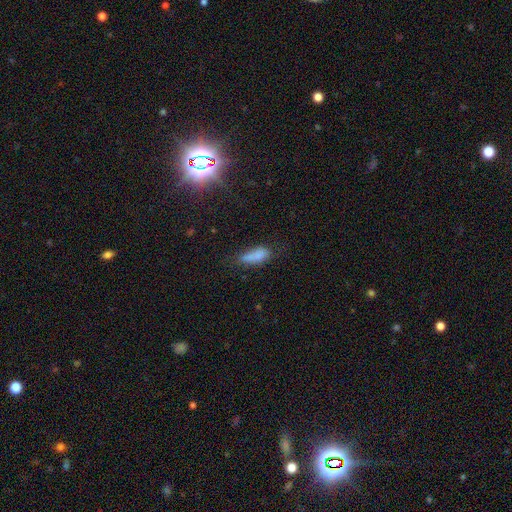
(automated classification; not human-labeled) Q: Smooth or featured?
A: smooth (77%); runner-up: featured or disk (13%)
Q: How rounded?
A: in between (70%); runner-up: cigar-shaped (27%)
Q: Merging?
A: none (47%); runner-up: minor disturbance (29%)